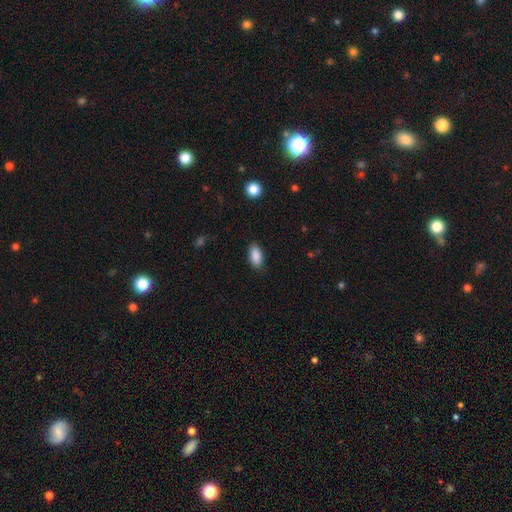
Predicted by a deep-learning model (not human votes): A smooth galaxy with no disk features (89%) that is in between round and cigar-shaped (91%). Merging: none (86%).